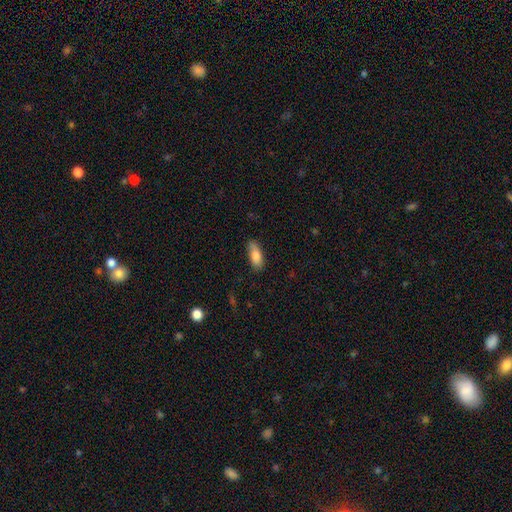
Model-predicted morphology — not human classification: Overall: smooth (83%). How rounded: in between (78%). Merging: none (76%).